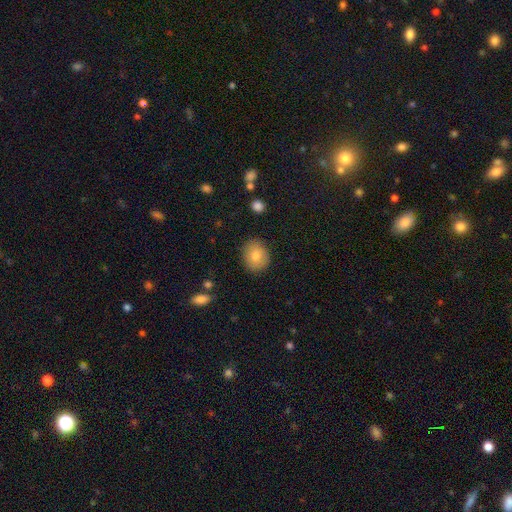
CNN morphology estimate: Smooth or featured? Predicted: smooth (p=0.79). How rounded? Predicted: round (p=0.53). Merging? Predicted: none (p=0.87).